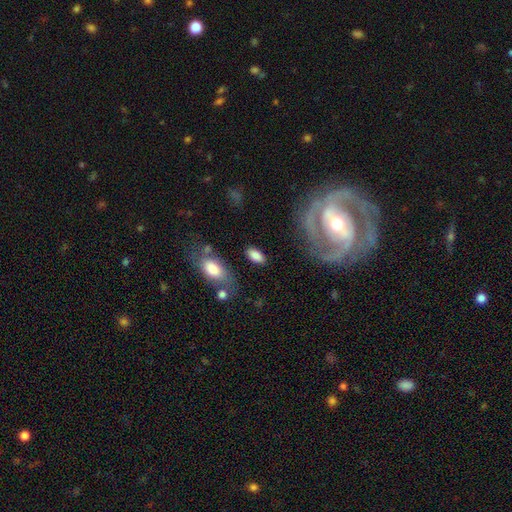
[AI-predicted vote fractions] smooth_or_featured: smooth (p=0.84) [alt: featured or disk p=0.09]
how_rounded: in between (p=0.91) [alt: cigar-shaped p=0.05]
merging: none (p=0.80) [alt: minor disturbance p=0.12]